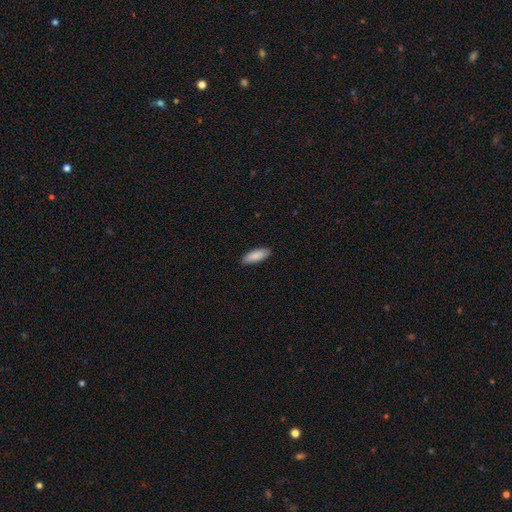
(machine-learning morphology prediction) Smooth or featured: smooth — 89% (featured or disk — 6%)
How rounded: in between — 66% (cigar-shaped — 32%)
Merging: none — 88% (minor disturbance — 9%)